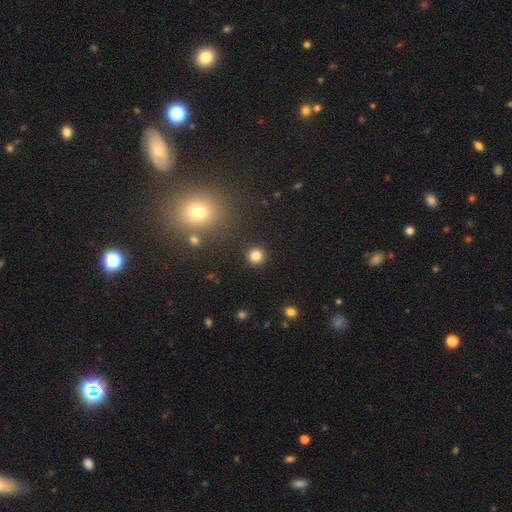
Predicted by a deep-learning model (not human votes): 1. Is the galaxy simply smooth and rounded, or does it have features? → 83% smooth, 12% star or artifact, 5% featured or disk.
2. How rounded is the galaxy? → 93% round, 6% in between, 1% cigar-shaped.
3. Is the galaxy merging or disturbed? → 92% none, 5% minor disturbance, 2% major disturbance, 2% merger.